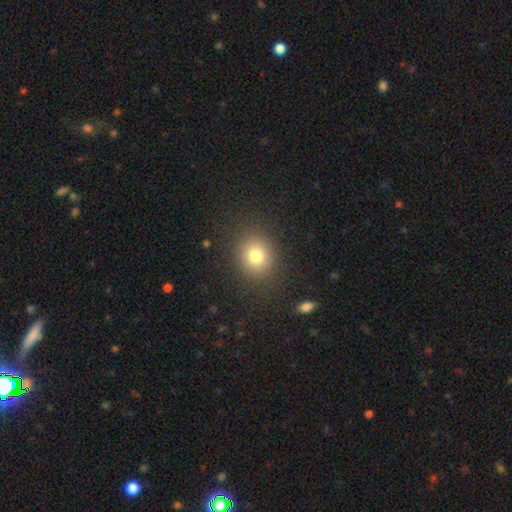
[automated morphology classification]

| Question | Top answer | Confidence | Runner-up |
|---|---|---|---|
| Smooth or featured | smooth | 78% | star or artifact (13%) |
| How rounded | round | 75% | in between (24%) |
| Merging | none | 87% | minor disturbance (8%) |